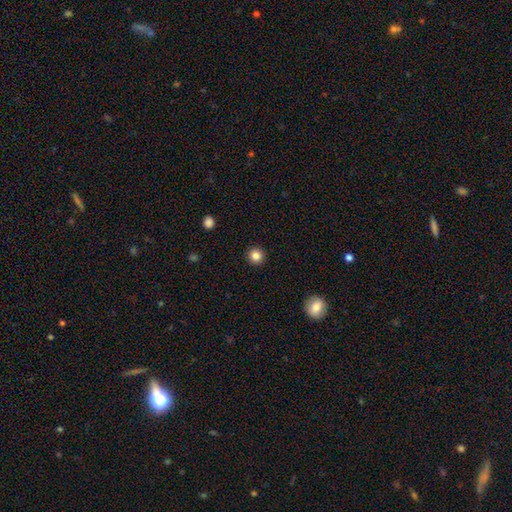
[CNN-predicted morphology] Q: Smooth or featured?
A: smooth (84%); runner-up: star or artifact (11%)
Q: How rounded?
A: round (95%); runner-up: in between (4%)
Q: Merging?
A: none (93%); runner-up: minor disturbance (4%)